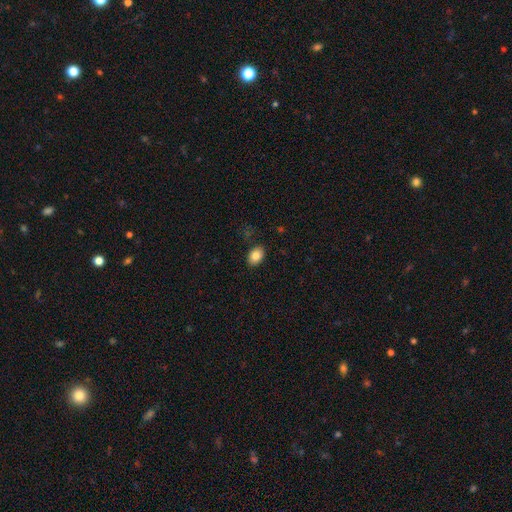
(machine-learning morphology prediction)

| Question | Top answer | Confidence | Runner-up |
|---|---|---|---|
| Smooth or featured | smooth | 83% | featured or disk (9%) |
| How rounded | in between | 82% | round (17%) |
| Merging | none | 88% | minor disturbance (9%) |